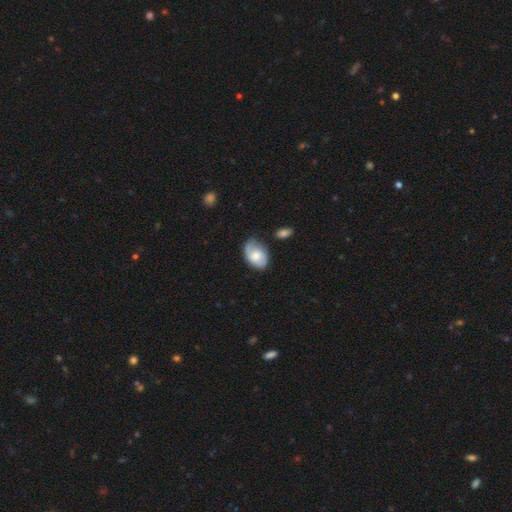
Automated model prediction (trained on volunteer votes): A smooth galaxy with no disk features (49%). Merging: none (61%).